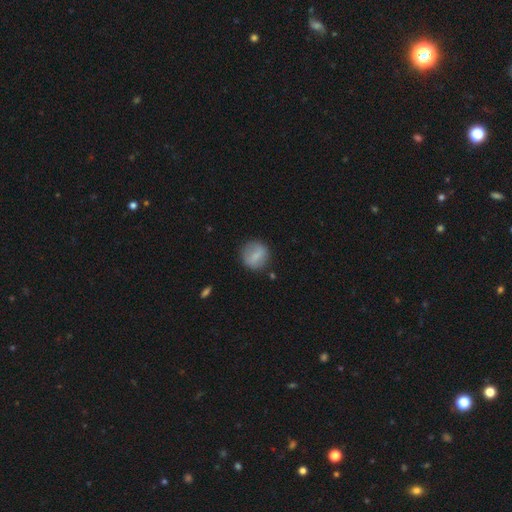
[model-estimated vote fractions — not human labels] A smooth galaxy with no disk features (72%) that is round (85%).

Vote fractions:
- Smooth or featured? smooth: 72% / featured or disk: 21% / star or artifact: 8%
- How rounded? round: 85% / in between: 14% / cigar-shaped: 1%
- Merging? none: 82% / minor disturbance: 13% / major disturbance: 4% / merger: 2%